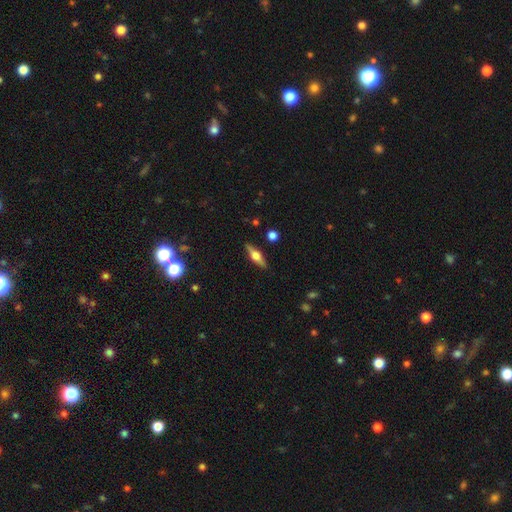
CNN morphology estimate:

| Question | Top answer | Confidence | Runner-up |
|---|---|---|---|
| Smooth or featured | featured or disk | 61% | smooth (33%) |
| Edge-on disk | yes | 95% | no (5%) |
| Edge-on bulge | rounded | 92% | boxy (6%) |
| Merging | none | 88% | minor disturbance (8%) |